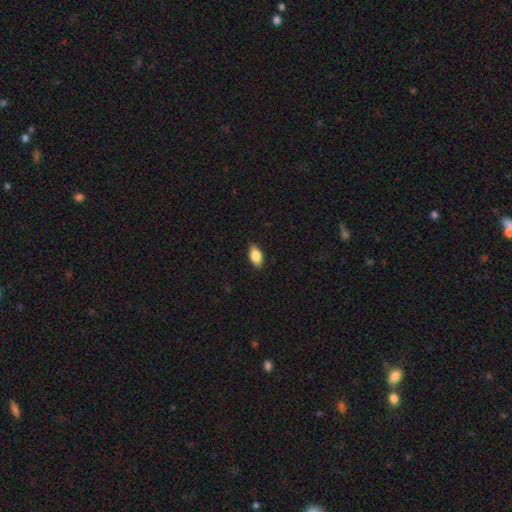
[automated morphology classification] Smooth or featured? smooth (82%)
How rounded? in between (91%)
Merging? none (88%)